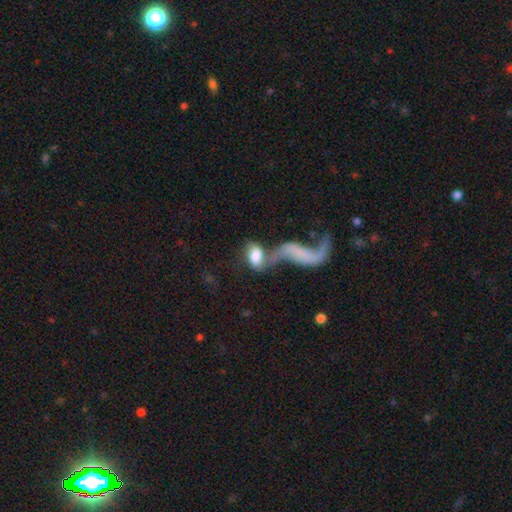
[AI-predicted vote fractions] Smooth or featured? smooth (63%)
How rounded? in between (89%)
Merging? merger (61%)